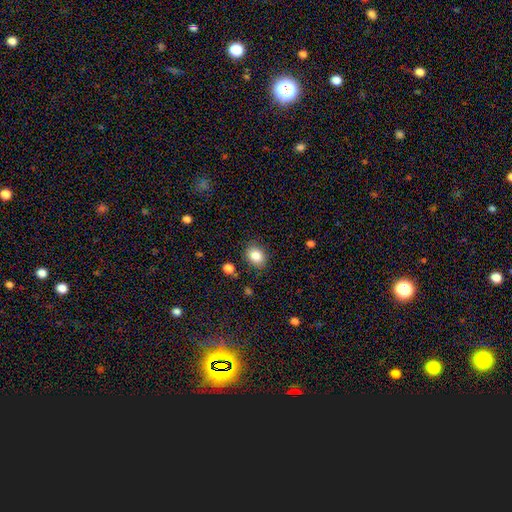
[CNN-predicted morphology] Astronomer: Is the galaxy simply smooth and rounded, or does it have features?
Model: smooth — 85%.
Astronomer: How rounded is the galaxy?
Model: in between — 52% (runner-up: round, 47%).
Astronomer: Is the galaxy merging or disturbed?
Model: none — 84%.